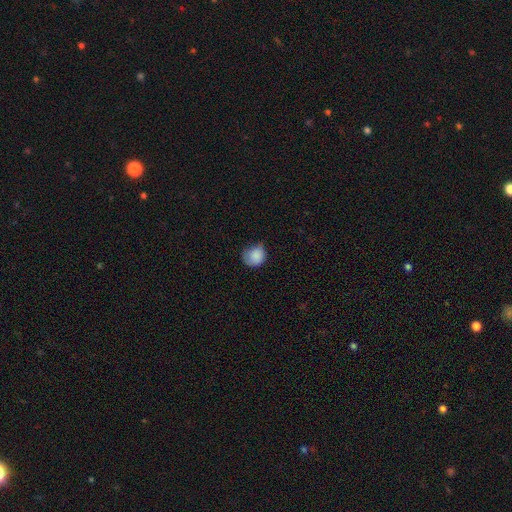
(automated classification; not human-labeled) Morphology: type=smooth (85%); roundness=round (72%); merging=none (47%).